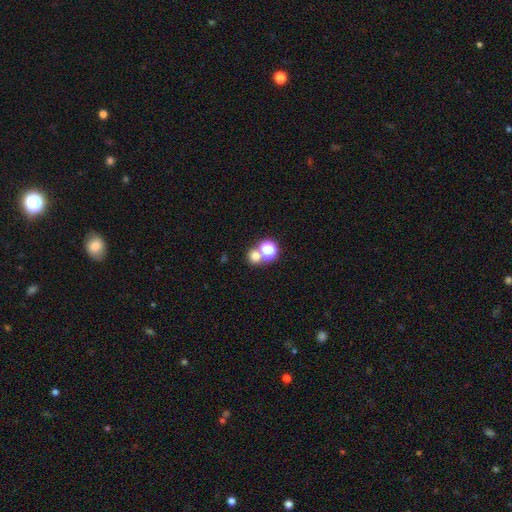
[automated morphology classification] Overall: smooth (68%). How rounded: round (83%). Merging: none (57%; merger 33%).